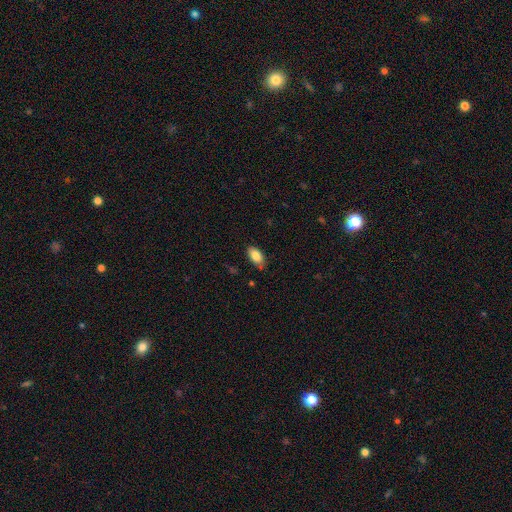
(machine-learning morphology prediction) A smooth galaxy with no disk features (84%) that is in between round and cigar-shaped (93%).

Vote fractions:
- Smooth or featured? smooth: 84% / featured or disk: 9% / star or artifact: 7%
- How rounded? in between: 93% / cigar-shaped: 4% / round: 4%
- Merging? none: 80% / minor disturbance: 15% / major disturbance: 3% / merger: 2%